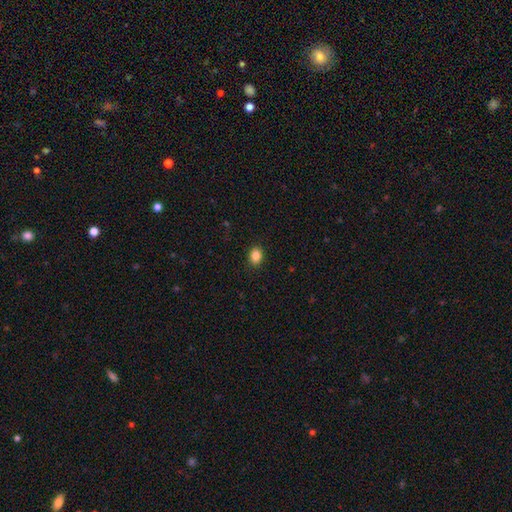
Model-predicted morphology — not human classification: smooth 86%, star or artifact 10%, featured or disk 4%. Down the decision tree: how rounded — in between (64%); merging — none (89%).